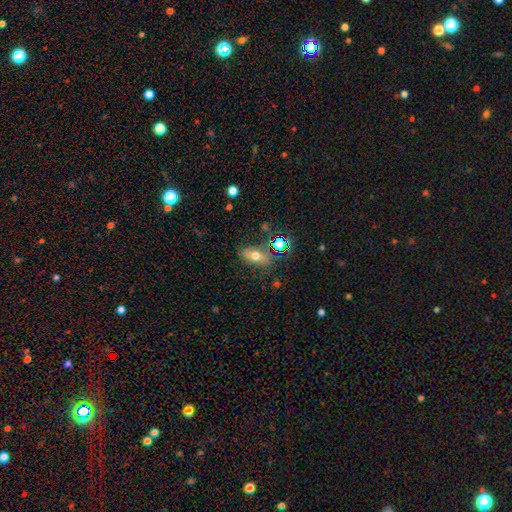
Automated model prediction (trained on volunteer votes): smooth 60%, featured or disk 23%, star or artifact 17%. Down the decision tree: how rounded — in between (78%); merging — none (75%).